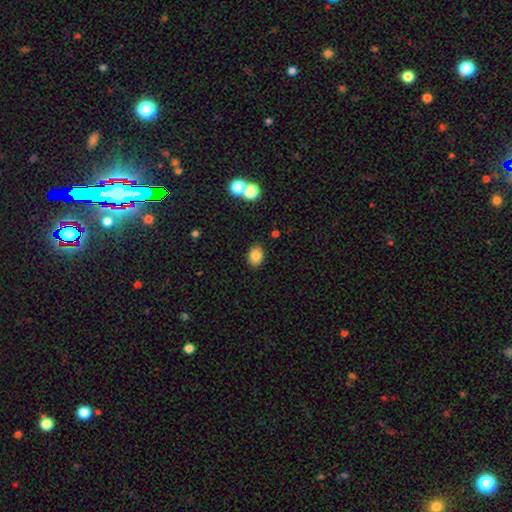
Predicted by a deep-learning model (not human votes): Smooth or featured? smooth (83%)
How rounded? in between (65%)
Merging? none (87%)